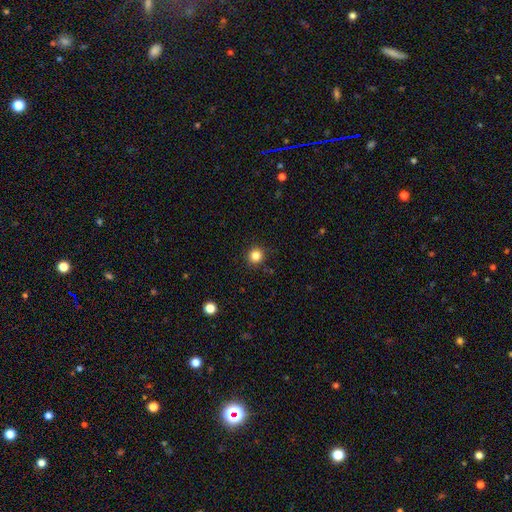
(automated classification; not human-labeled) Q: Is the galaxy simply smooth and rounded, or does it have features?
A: smooth — 84%.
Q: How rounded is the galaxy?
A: round — 93%.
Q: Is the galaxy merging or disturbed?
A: none — 91%.